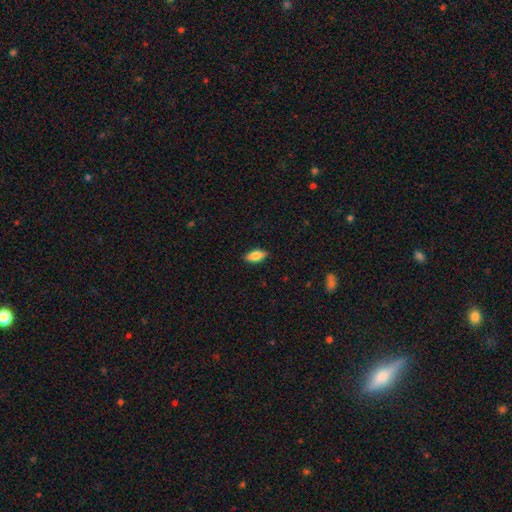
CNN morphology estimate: A smooth galaxy with no disk features (83%) that is in between round and cigar-shaped (86%).

Vote fractions:
- Smooth or featured? smooth: 83% / featured or disk: 10% / star or artifact: 7%
- How rounded? in between: 86% / cigar-shaped: 12% / round: 3%
- Merging? none: 88% / minor disturbance: 9% / major disturbance: 2% / merger: 1%